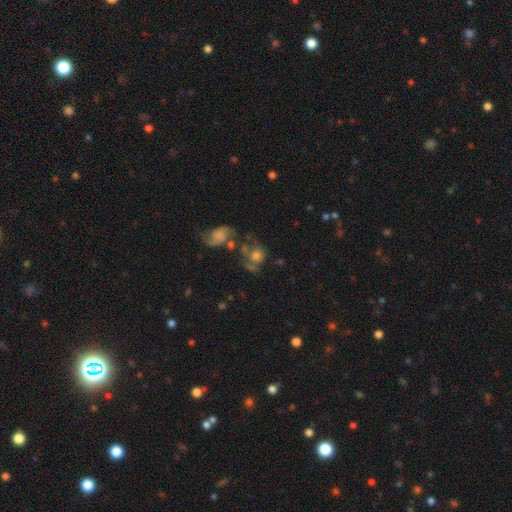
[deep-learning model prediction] This appears to be a smooth galaxy with no disk features (46%). Merging: none (36%).